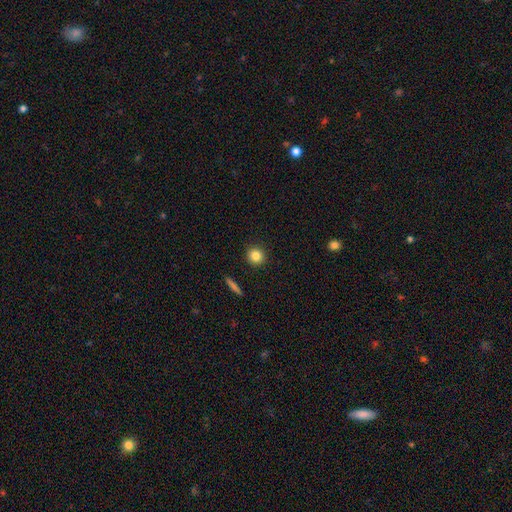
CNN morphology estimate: This appears to be a smooth galaxy with no disk features (84%) that is round (92%). Merging: none (92%).